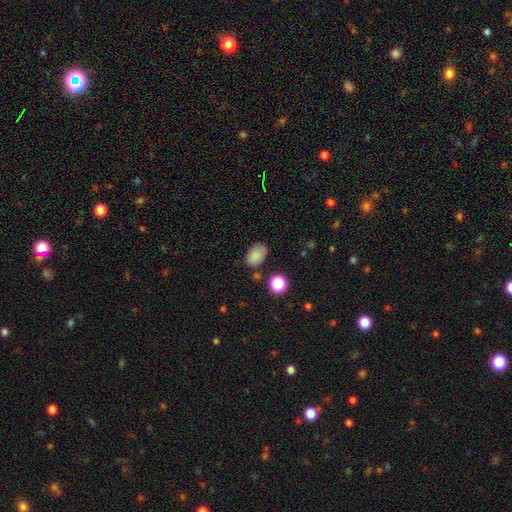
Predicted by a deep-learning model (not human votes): A smooth galaxy with no disk features (85%) that is in between round and cigar-shaped (84%).

Vote fractions:
- Smooth or featured? smooth: 85% / star or artifact: 10% / featured or disk: 5%
- How rounded? in between: 84% / round: 15% / cigar-shaped: 1%
- Merging? none: 76% / minor disturbance: 16% / merger: 4% / major disturbance: 4%